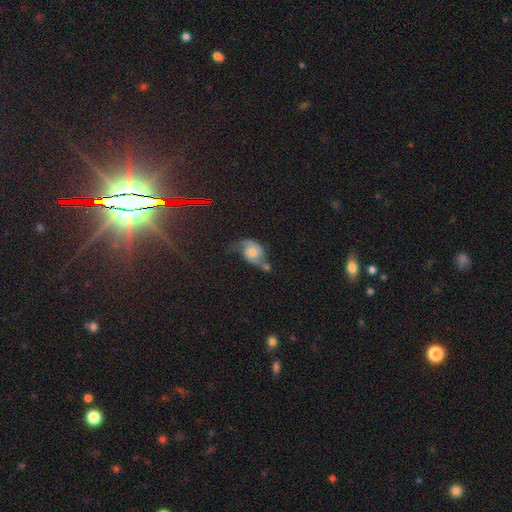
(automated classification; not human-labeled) A featured or disk galaxy (68%) with no bar (72%), 2 (86%) loose (45%) spiral arms (92%) and a moderate central bulge (49%).

Vote fractions:
- Smooth or featured? featured or disk: 68% / smooth: 21% / star or artifact: 11%
- Edge-on disk? no: 96% / yes: 4%
- Bar? no: 72% / weak: 24% / strong: 4%
- Spiral arms? yes: 92% / no: 8%
- Spiral winding? loose: 45% / medium: 39% / tight: 16%
- Spiral arm count? 2: 86% / 1: 6% / can't tell: 5% / 3: 1% / 4: 1% / more than 4: 1%
- Bulge size? moderate: 49% / small: 29% / large: 13% / none: 6% / dominant: 3%
- Merging? none: 41% / minor disturbance: 25% / major disturbance: 17% / merger: 17%